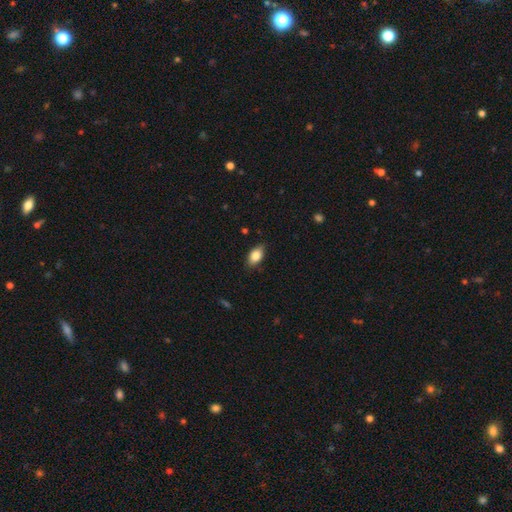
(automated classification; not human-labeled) Overall: smooth (83%). How rounded: in between (90%). Merging: none (84%).